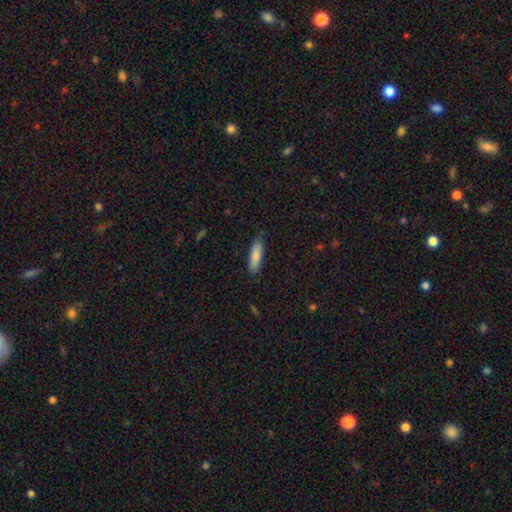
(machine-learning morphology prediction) A smooth galaxy with no disk features (83%) that is cigar-shaped (62%). Merging: none (85%).